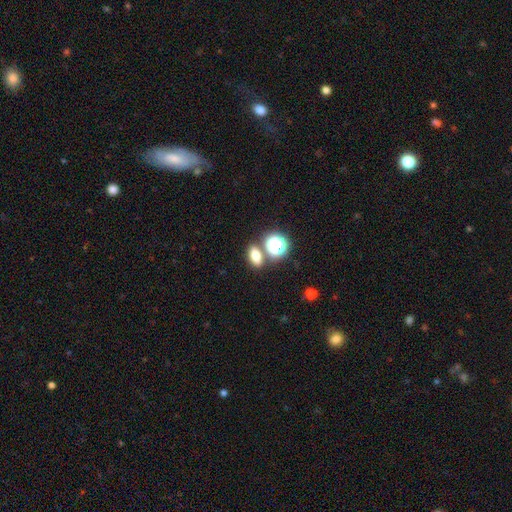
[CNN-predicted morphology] Q: Smooth or featured?
A: smooth (72%); runner-up: star or artifact (19%)
Q: How rounded?
A: in between (69%); runner-up: round (27%)
Q: Merging?
A: none (68%); runner-up: merger (18%)